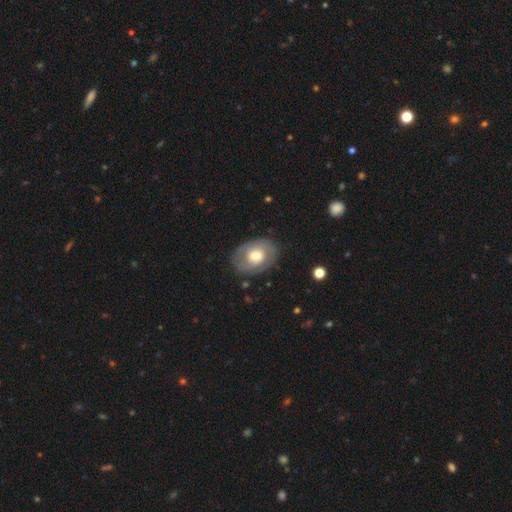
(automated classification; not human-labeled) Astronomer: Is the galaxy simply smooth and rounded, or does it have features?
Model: featured or disk — 57% (runner-up: smooth, 37%).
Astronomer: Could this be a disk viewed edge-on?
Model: no — 95%.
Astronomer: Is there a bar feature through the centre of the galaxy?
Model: no — 71%.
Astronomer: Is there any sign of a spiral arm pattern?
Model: yes — 61% (runner-up: no, 39%).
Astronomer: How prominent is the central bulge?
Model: moderate — 59%.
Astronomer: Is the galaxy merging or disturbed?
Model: none — 76%.